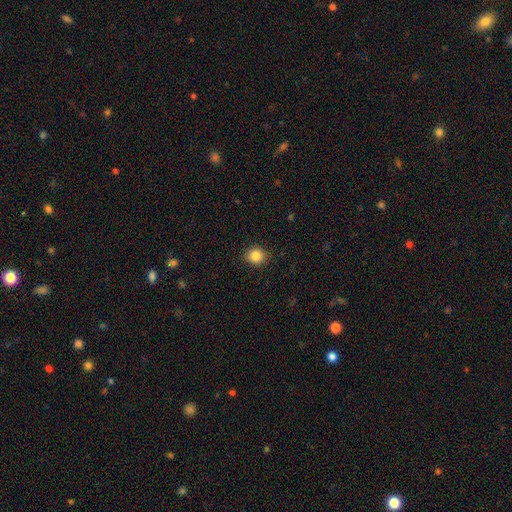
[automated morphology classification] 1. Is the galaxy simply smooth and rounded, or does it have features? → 86% smooth, 10% star or artifact, 4% featured or disk.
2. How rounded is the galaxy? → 78% round, 21% in between, 1% cigar-shaped.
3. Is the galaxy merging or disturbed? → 89% none, 8% minor disturbance, 2% major disturbance, 1% merger.